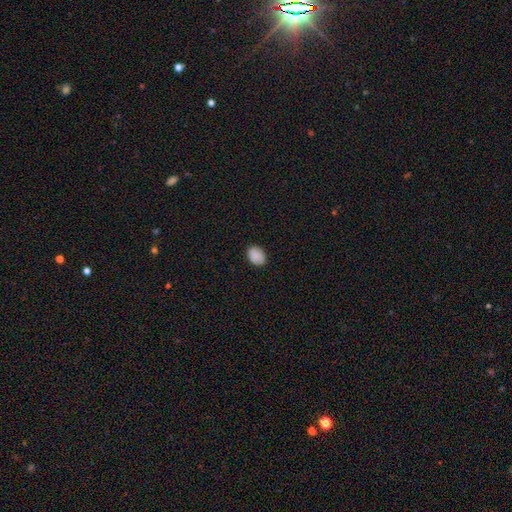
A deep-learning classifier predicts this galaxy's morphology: Smooth or featured? smooth (89%)
How rounded? in between (76%)
Merging? none (87%)